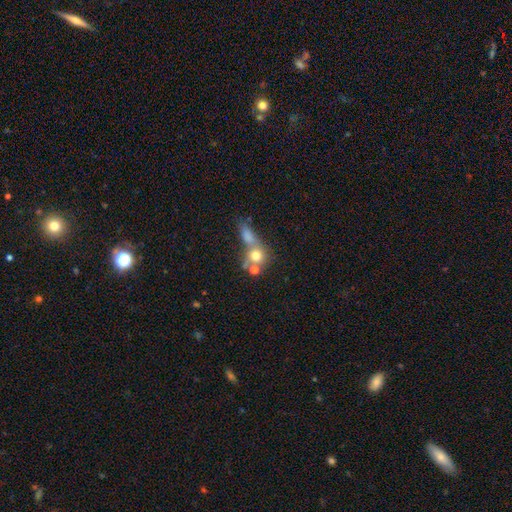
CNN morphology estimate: Smooth or featured? smooth (69%)
How rounded? round (76%)
Merging? merger (49%)